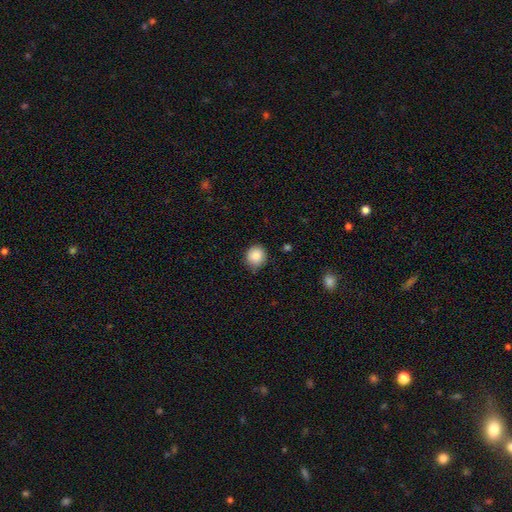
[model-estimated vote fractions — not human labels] A smooth galaxy with no disk features (86%) that is round (81%).

Vote fractions:
- Smooth or featured? smooth: 86% / star or artifact: 9% / featured or disk: 6%
- How rounded? round: 81% / in between: 18% / cigar-shaped: 1%
- Merging? none: 76% / minor disturbance: 20% / major disturbance: 3% / merger: 1%